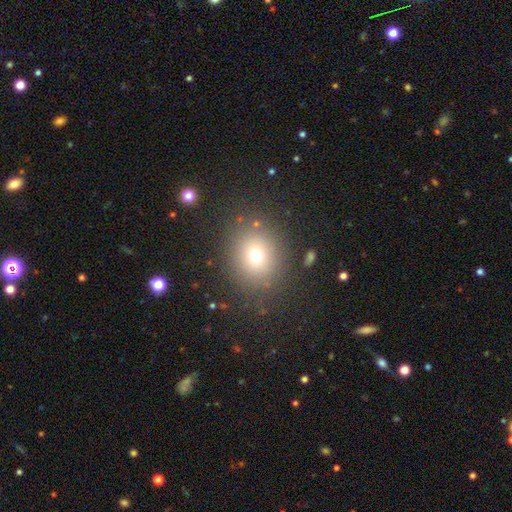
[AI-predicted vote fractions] Smooth or featured? smooth (71%)
How rounded? round (77%)
Merging? none (84%)